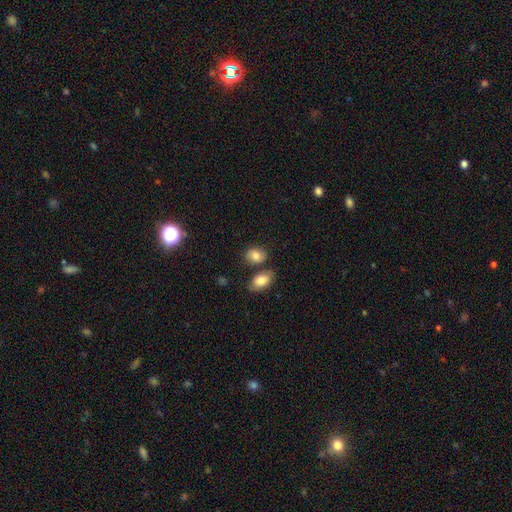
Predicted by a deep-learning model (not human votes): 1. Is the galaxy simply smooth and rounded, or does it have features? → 81% smooth, 10% featured or disk, 9% star or artifact.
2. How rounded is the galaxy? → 73% in between, 25% round, 2% cigar-shaped.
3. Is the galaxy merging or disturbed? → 66% none, 17% merger, 13% minor disturbance, 4% major disturbance.